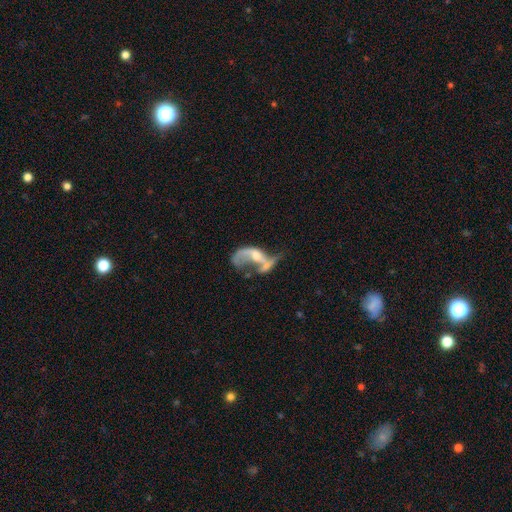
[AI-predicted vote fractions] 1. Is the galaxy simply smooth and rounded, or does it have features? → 68% featured or disk, 23% smooth, 10% star or artifact.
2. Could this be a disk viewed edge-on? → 95% no, 5% yes.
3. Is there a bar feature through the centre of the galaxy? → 66% no, 26% weak, 8% strong.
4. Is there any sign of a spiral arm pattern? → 52% yes, 48% no.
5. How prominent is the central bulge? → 36% moderate, 30% small, 25% none, 7% large, 2% dominant.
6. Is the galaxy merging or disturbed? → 40% major disturbance, 34% merger, 16% none, 10% minor disturbance.